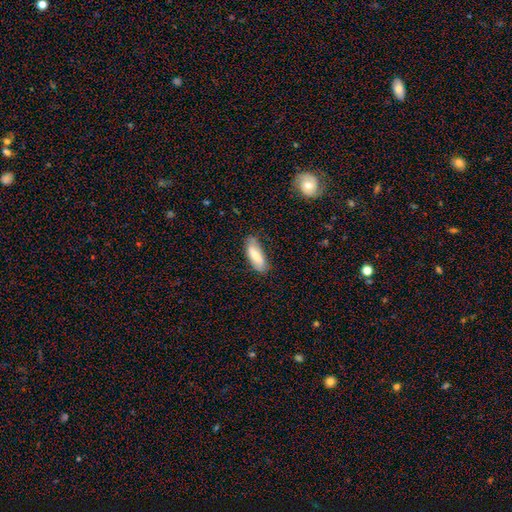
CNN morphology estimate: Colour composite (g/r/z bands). It shows a smooth galaxy with no disk features (73%) that is in between round and cigar-shaped (62%). Merging: none (74%).